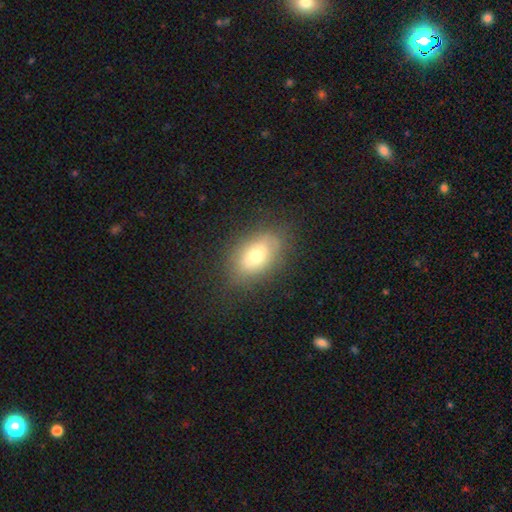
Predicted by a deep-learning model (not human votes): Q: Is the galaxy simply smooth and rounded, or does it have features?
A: smooth — 67%.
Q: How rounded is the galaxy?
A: in between — 89%.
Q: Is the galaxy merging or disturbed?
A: none — 78%.